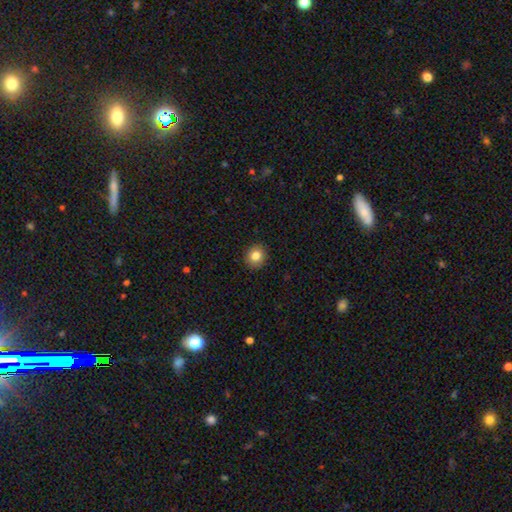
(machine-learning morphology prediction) This is clearly a smooth galaxy (83%). How rounded: clearly round (85%). Merging: clearly none (91%).